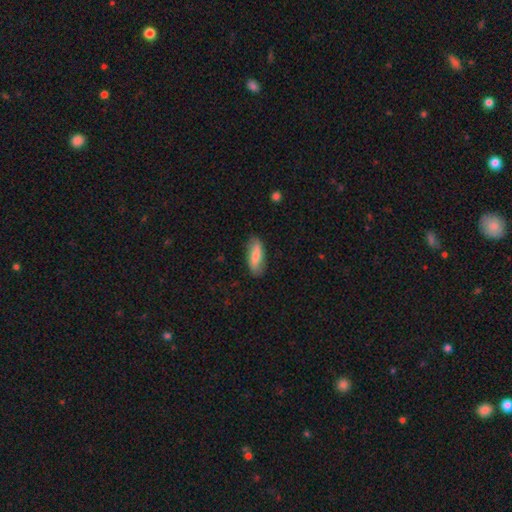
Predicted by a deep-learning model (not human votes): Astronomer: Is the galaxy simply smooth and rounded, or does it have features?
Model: smooth — 70%.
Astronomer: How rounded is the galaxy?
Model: in between — 63%.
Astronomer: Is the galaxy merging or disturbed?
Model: none — 81%.